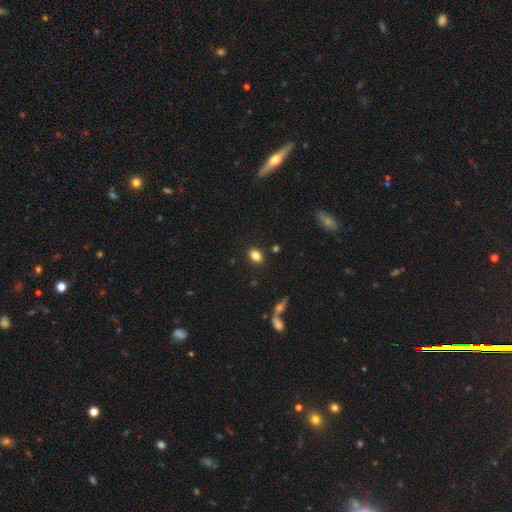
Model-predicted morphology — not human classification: Smooth or featured? smooth (84%)
How rounded? in between (71%)
Merging? none (87%)